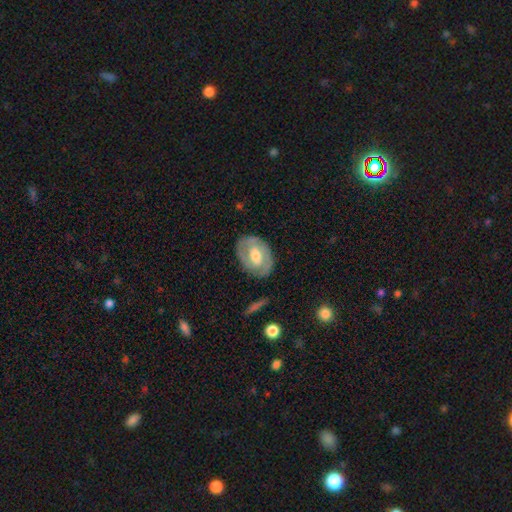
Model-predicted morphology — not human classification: Smooth or featured: featured or disk — 64% (smooth — 31%)
Edge-on disk: no — 94% (yes — 6%)
Bar: weak — 44% (no — 38%)
Spiral arms: yes — 61% (no — 39%)
Bulge size: moderate — 65% (large — 17%)
Merging: none — 78% (minor disturbance — 15%)